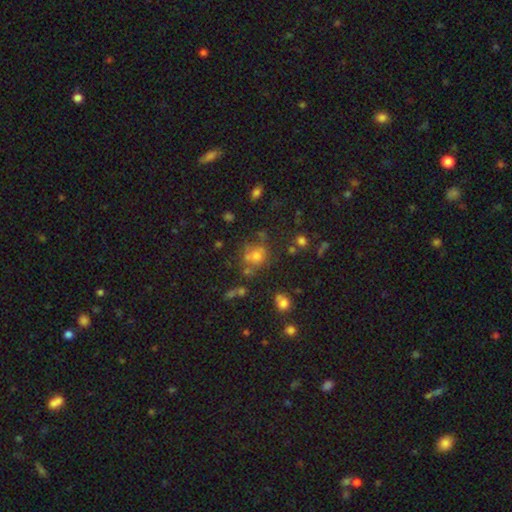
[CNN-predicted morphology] This is possibly a smooth galaxy (57%). How rounded: likely round (70%). Merging: possibly none (54%).